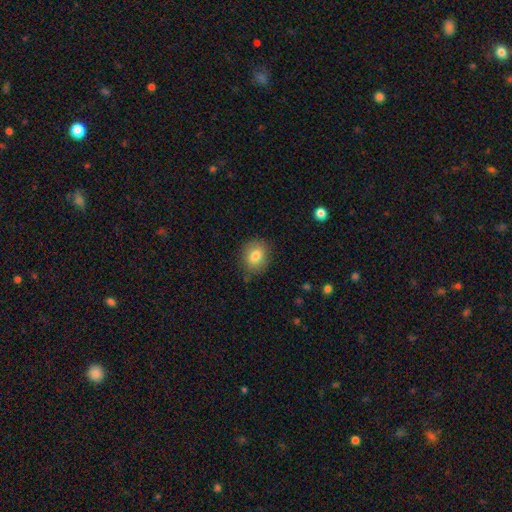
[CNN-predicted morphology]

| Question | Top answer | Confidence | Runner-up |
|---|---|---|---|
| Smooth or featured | smooth | 81% | featured or disk (10%) |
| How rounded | round | 58% | in between (41%) |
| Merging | none | 80% | minor disturbance (15%) |